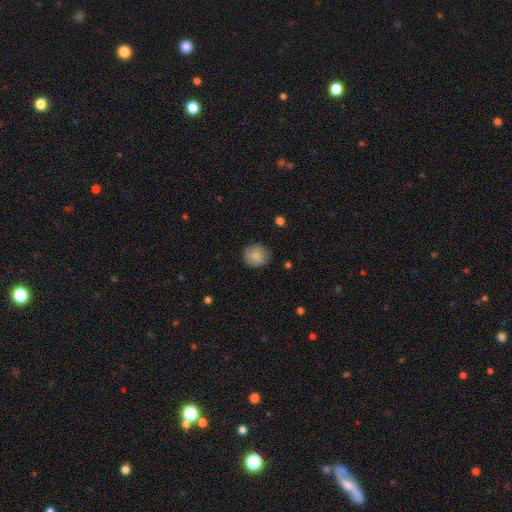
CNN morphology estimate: Smooth or featured? smooth (86%)
How rounded? round (86%)
Merging? none (83%)